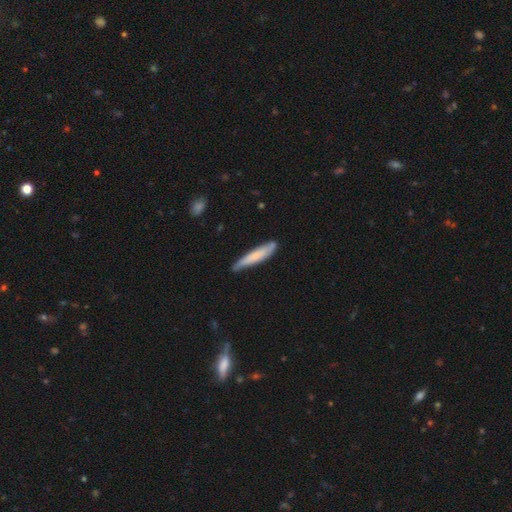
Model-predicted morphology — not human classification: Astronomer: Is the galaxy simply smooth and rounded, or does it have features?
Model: smooth — 68%.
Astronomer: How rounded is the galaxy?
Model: cigar-shaped — 91%.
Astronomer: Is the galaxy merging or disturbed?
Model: none — 73%.